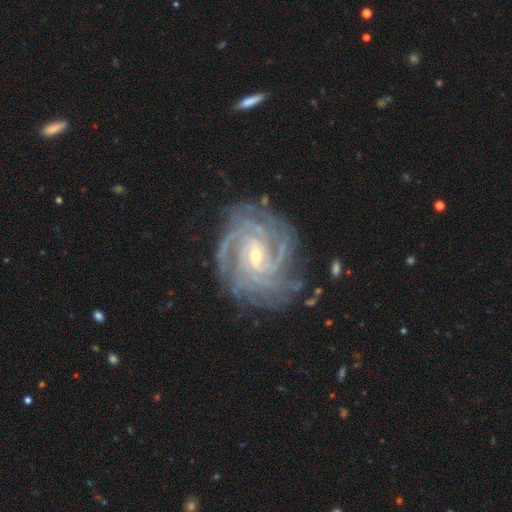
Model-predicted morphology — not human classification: Smooth or featured? featured or disk (92%)
Edge-on disk? no (98%)
Bar? weak (44%)
Spiral arms? yes (98%)
Spiral winding? tight (74%)
Spiral arm count? 4 (27%)
Bulge size? small (67%)
Merging? none (78%)